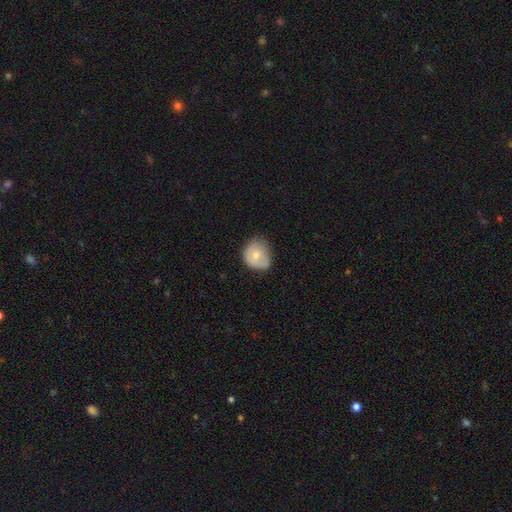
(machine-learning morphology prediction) A smooth galaxy with no disk features (70%) that is round (68%). Merging: none (49%).